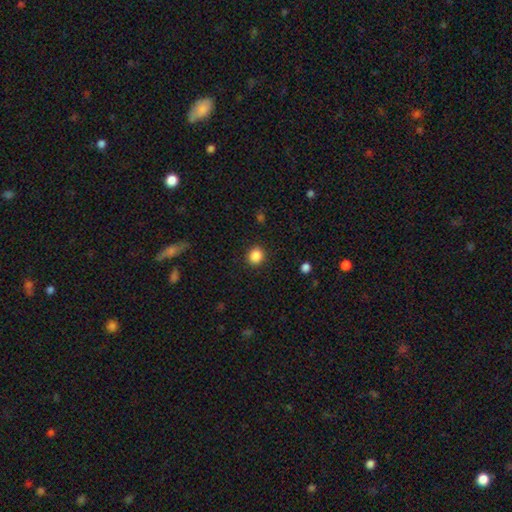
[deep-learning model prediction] A smooth galaxy with no disk features (87%) that is round (81%).

Vote fractions:
- Smooth or featured? smooth: 87% / star or artifact: 10% / featured or disk: 3%
- How rounded? round: 81% / in between: 18% / cigar-shaped: 1%
- Merging? none: 90% / minor disturbance: 7% / major disturbance: 2% / merger: 1%